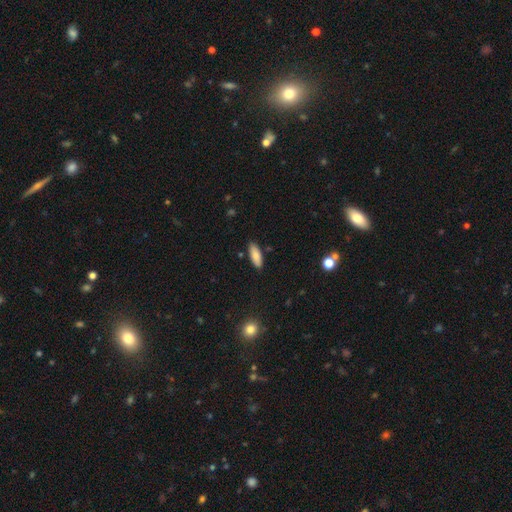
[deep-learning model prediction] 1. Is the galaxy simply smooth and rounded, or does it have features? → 83% smooth, 10% featured or disk, 7% star or artifact.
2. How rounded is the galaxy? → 73% in between, 25% cigar-shaped, 2% round.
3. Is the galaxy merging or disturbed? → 86% none, 10% minor disturbance, 2% major disturbance, 2% merger.